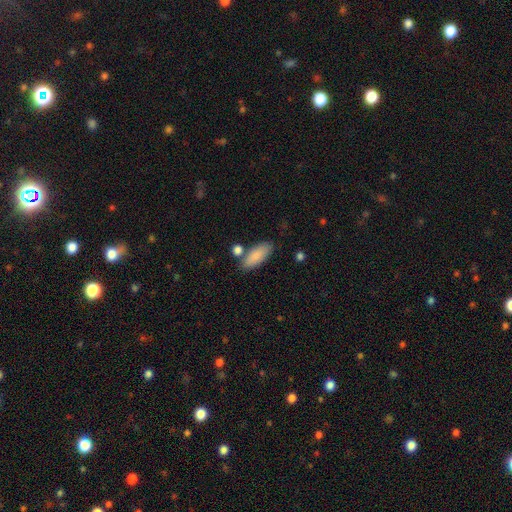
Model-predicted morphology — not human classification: Q: Smooth or featured?
A: smooth (86%); runner-up: featured or disk (8%)
Q: How rounded?
A: in between (81%); runner-up: cigar-shaped (16%)
Q: Merging?
A: none (72%); runner-up: minor disturbance (14%)